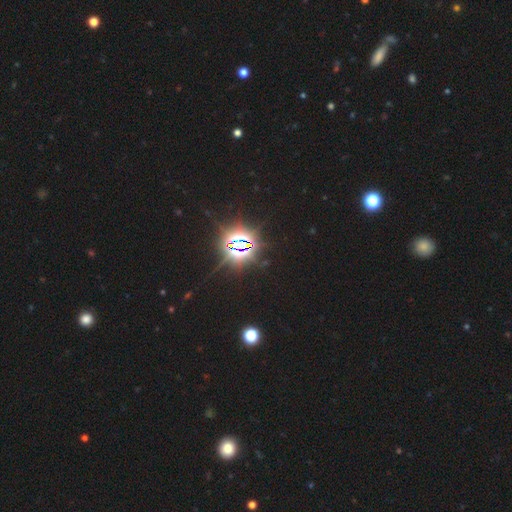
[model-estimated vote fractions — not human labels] smooth-or-featured: star or artifact: 85% | smooth: 9% | featured or disk: 6%